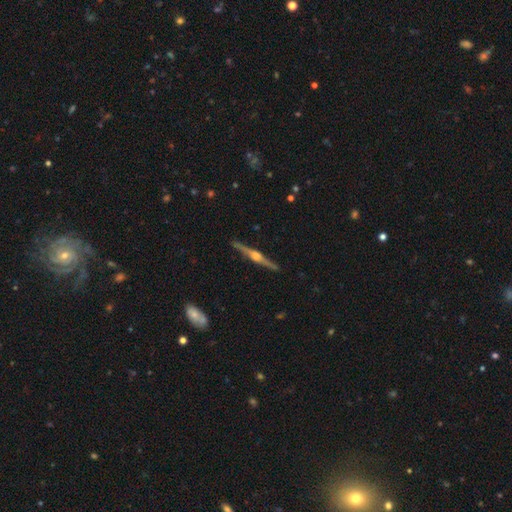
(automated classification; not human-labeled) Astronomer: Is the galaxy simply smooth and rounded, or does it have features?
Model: featured or disk — 87%.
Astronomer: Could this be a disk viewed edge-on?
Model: yes — 98%.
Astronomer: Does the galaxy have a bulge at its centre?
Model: rounded — 87%.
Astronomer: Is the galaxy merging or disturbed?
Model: none — 91%.